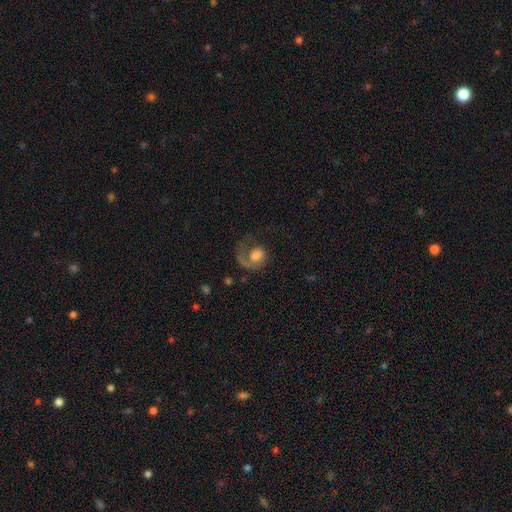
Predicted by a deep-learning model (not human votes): smooth_or_featured: featured or disk (p=0.55) [alt: smooth p=0.36]
disk_edge_on: no (p=0.97) [alt: yes p=0.03]
bar: no (p=0.72) [alt: weak p=0.23]
has_spiral_arms: yes (p=0.78) [alt: no p=0.22]
bulge_size: moderate (p=0.34) [alt: large p=0.31]
merging: major disturbance (p=0.49) [alt: none p=0.32]